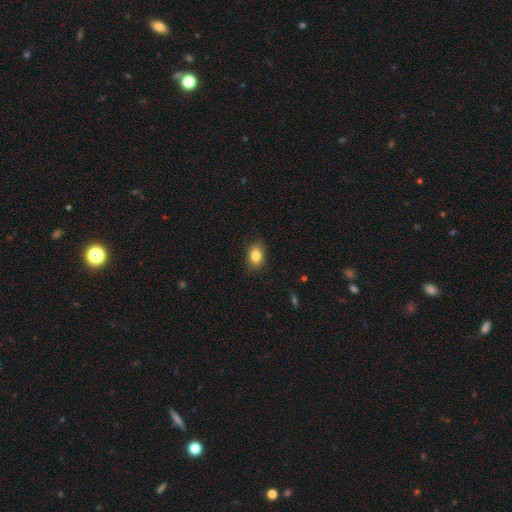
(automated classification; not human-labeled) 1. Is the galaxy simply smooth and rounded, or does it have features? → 84% smooth, 9% star or artifact, 8% featured or disk.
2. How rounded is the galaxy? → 78% in between, 20% round, 1% cigar-shaped.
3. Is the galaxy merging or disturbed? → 85% none, 11% minor disturbance, 2% major disturbance, 1% merger.